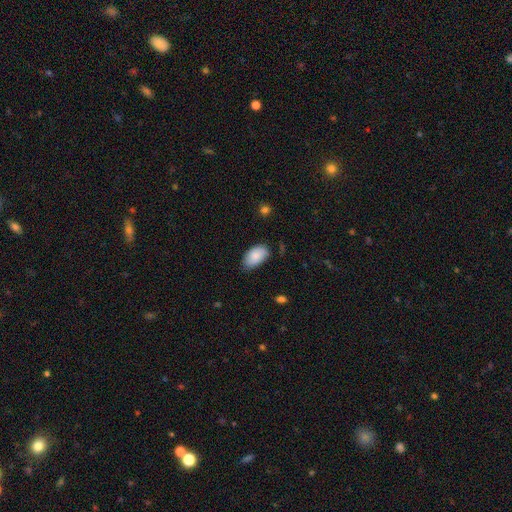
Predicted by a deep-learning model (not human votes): Smooth or featured: smooth — 86% (featured or disk — 8%)
How rounded: in between — 95% (round — 4%)
Merging: none — 72% (minor disturbance — 23%)